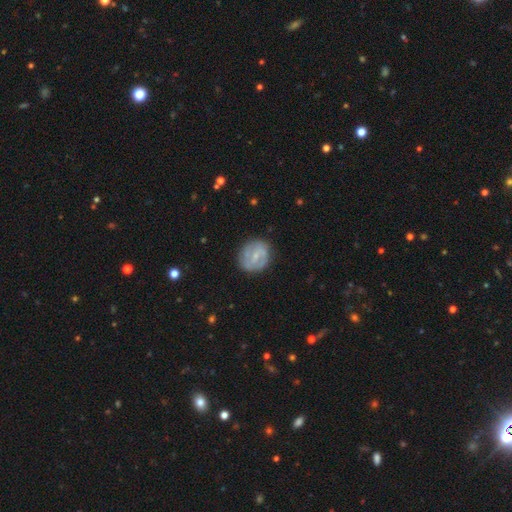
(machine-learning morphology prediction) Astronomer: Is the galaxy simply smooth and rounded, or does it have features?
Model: featured or disk — 61%.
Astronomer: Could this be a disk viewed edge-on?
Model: no — 97%.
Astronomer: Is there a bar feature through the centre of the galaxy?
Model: weak — 53% (runner-up: no, 28%).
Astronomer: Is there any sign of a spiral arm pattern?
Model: yes — 73%.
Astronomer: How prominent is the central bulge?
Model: small — 62%.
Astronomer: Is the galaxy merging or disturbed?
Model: none — 79%.